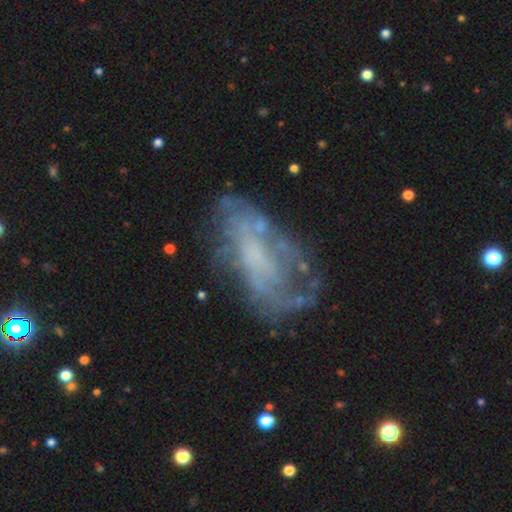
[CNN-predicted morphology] smooth-or-featured: featured or disk: 69% | smooth: 20% | star or artifact: 11%
  disk-edge-on: no: 93% | yes: 7%
    bar: no: 72% | weak: 21% | strong: 7%
    has-spiral-arms: yes: 52% | no: 48%
    bulge-size: none: 59% | small: 20% | moderate: 15% | large: 5% | dominant: 1%
  merging: none: 51% | major disturbance: 23% | minor disturbance: 22% | merger: 4%